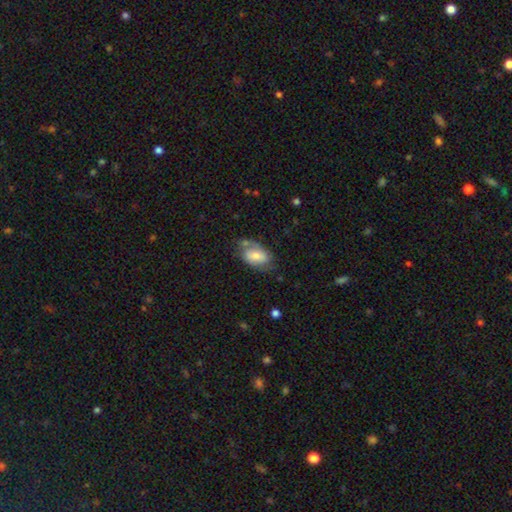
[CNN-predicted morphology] Smooth or featured: smooth — 55% (featured or disk — 38%)
How rounded: in between — 88% (round — 10%)
Merging: none — 49% (minor disturbance — 29%)